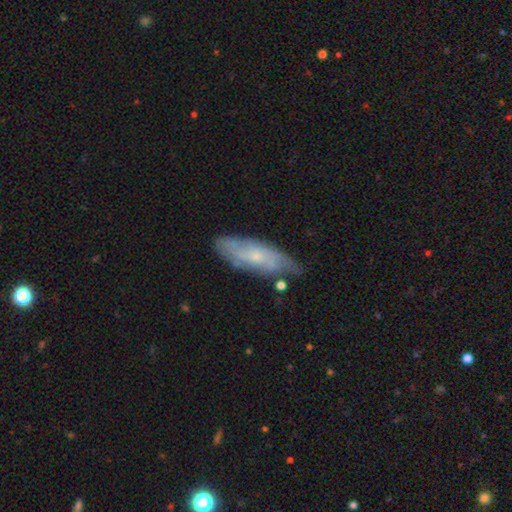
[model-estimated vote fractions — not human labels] This is possibly a featured or disk galaxy (56%). It is likely not viewed edge-on (77%). Merging: likely none (68%).